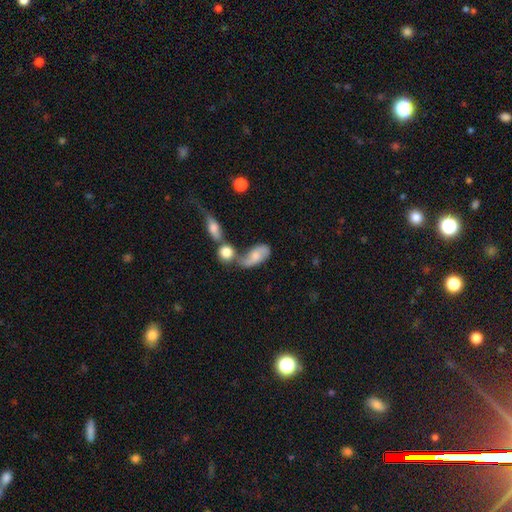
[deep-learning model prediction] This is possibly a featured or disk galaxy (47%). Merging: marginally merger (41%).